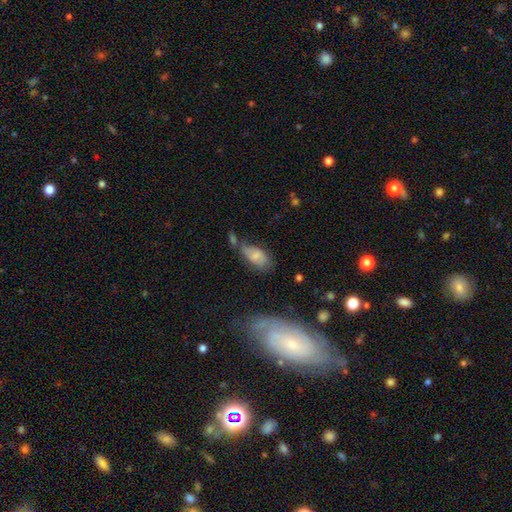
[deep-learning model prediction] A smooth galaxy with no disk features (61%) that is in between round and cigar-shaped (92%). Merging: none (40%).